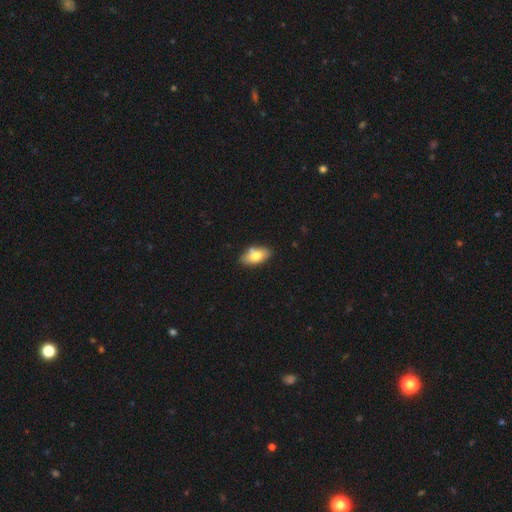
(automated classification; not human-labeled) smooth_or_featured: smooth (p=0.74) [alt: featured or disk p=0.19]
how_rounded: in between (p=0.91) [alt: round p=0.05]
merging: none (p=0.76) [alt: minor disturbance p=0.15]